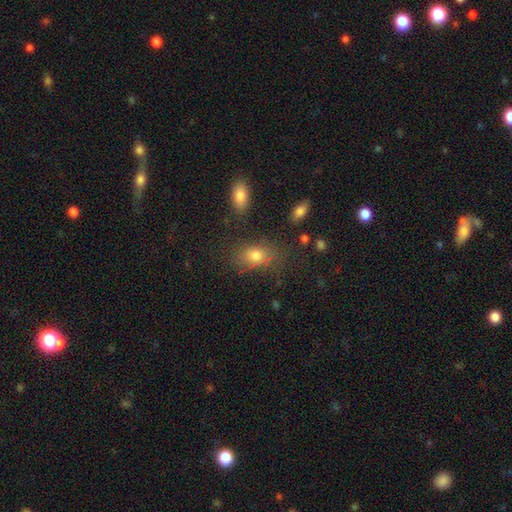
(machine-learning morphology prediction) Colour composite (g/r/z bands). It shows a smooth galaxy with no disk features (78%) that is in between round and cigar-shaped (79%). Merging: none (69%).